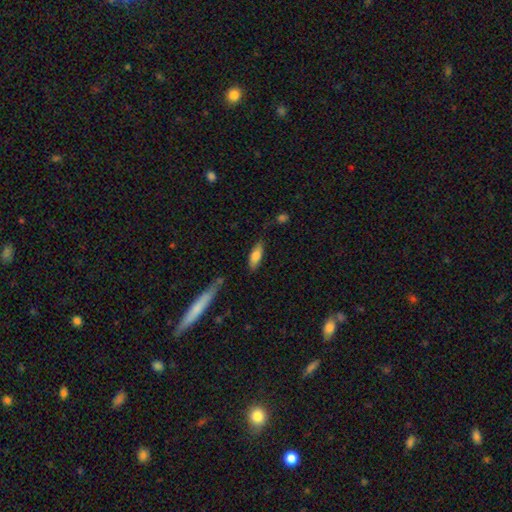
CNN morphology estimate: smooth 76%, featured or disk 17%, star or artifact 7%. Down the decision tree: how rounded — in between (61%); merging — none (76%).